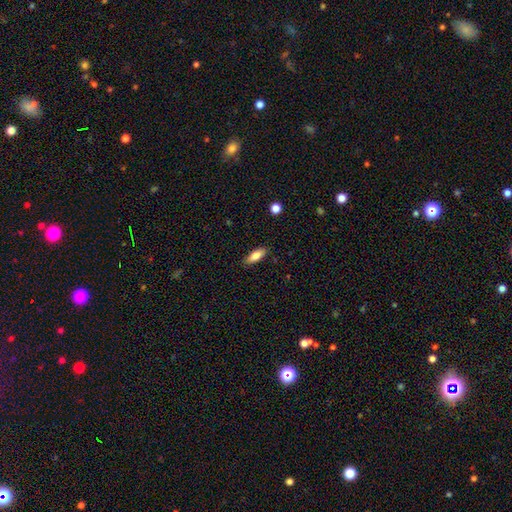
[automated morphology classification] Smooth or featured: smooth — 79% (featured or disk — 14%)
How rounded: in between — 65% (cigar-shaped — 33%)
Merging: none — 87% (minor disturbance — 9%)